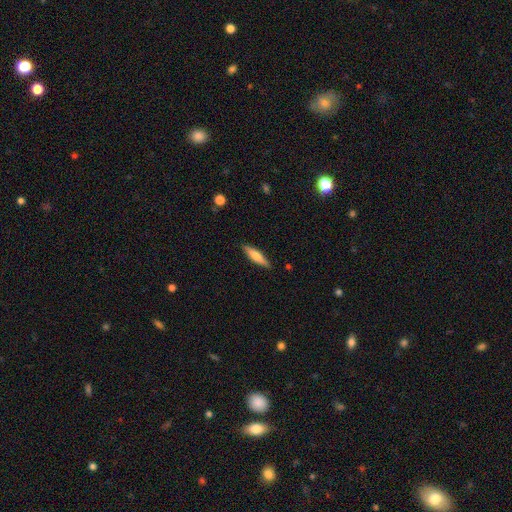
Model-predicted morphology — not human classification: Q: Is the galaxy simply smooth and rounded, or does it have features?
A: smooth — 58%.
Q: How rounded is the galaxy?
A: cigar-shaped — 75%.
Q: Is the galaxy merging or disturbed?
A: none — 89%.